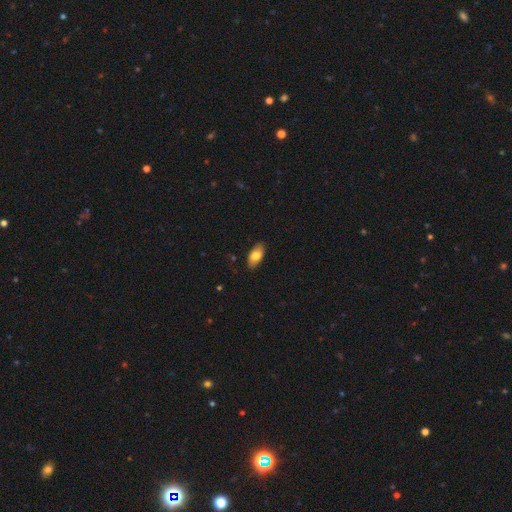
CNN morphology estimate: A smooth galaxy with no disk features (77%) that is in between round and cigar-shaped (91%).

Vote fractions:
- Smooth or featured? smooth: 77% / featured or disk: 16% / star or artifact: 6%
- How rounded? in between: 91% / cigar-shaped: 7% / round: 3%
- Merging? none: 87% / minor disturbance: 10% / major disturbance: 2% / merger: 1%